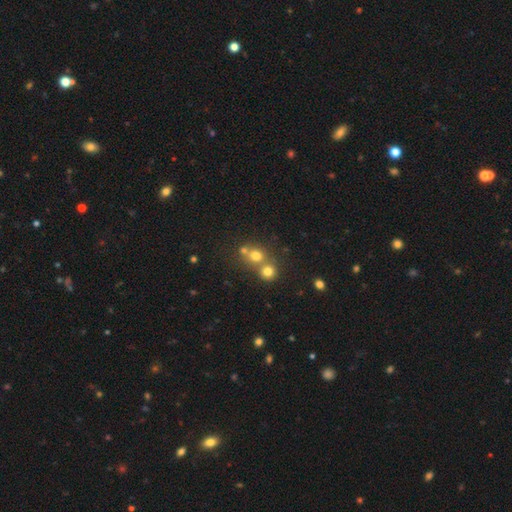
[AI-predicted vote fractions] A smooth galaxy with no disk features (71%) that is round (83%). Merging: none (46%).